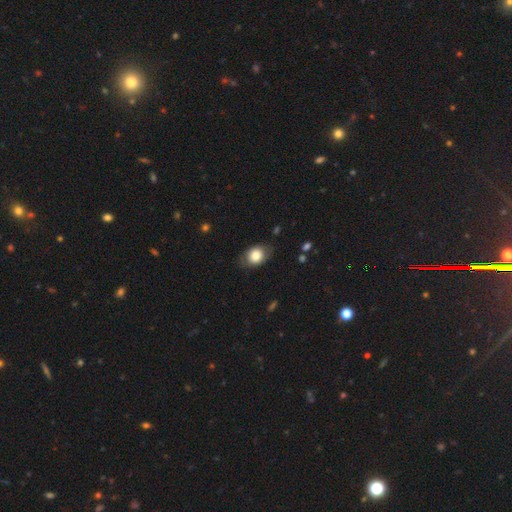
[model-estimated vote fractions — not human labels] Smooth or featured: smooth — 78% (featured or disk — 14%)
How rounded: in between — 66% (round — 33%)
Merging: none — 77% (minor disturbance — 17%)